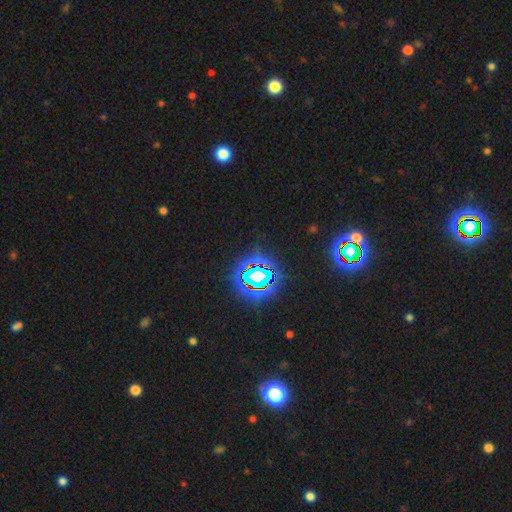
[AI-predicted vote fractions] A star or artifact, not a galaxy (82%).